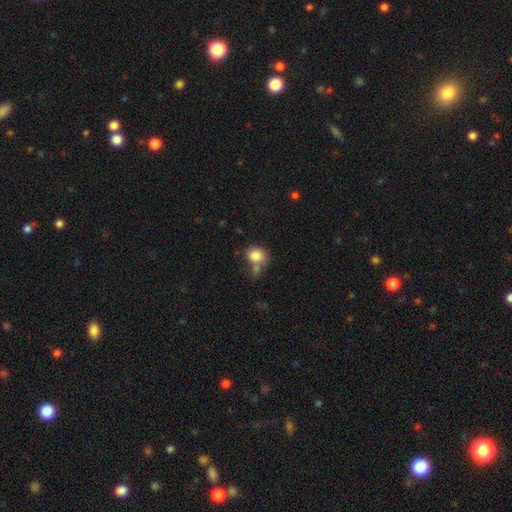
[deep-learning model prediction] Smooth or featured: smooth — 82% (star or artifact — 9%)
How rounded: round — 65% (in between — 34%)
Merging: none — 47% (merger — 30%)